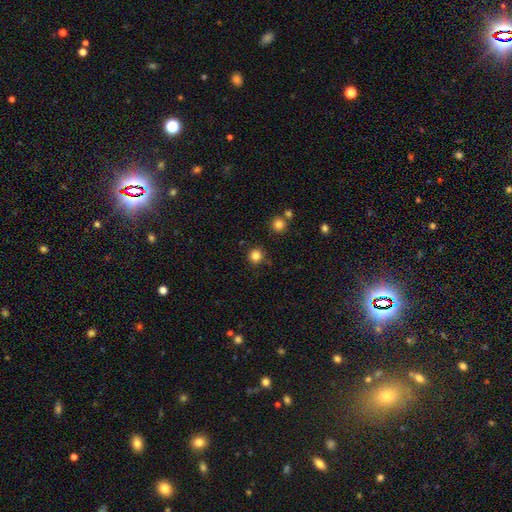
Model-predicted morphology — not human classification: The model was most divided on "smooth or featured": smooth: 83%, star or artifact: 13%, featured or disk: 4%. More confident: how rounded — round (93%); merging — none (88%).